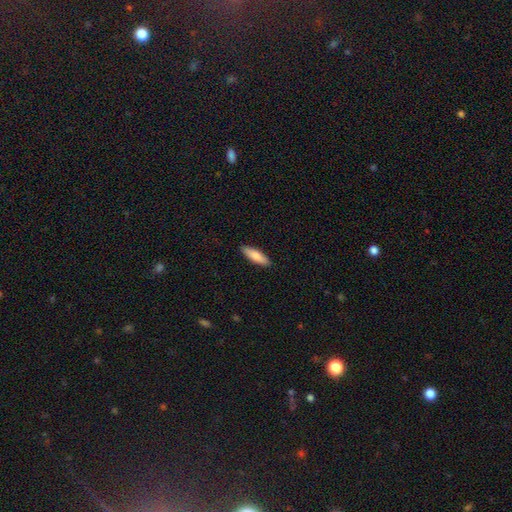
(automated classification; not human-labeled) Q: Smooth or featured?
A: smooth (81%); runner-up: featured or disk (14%)
Q: How rounded?
A: cigar-shaped (61%); runner-up: in between (37%)
Q: Merging?
A: none (90%); runner-up: minor disturbance (7%)